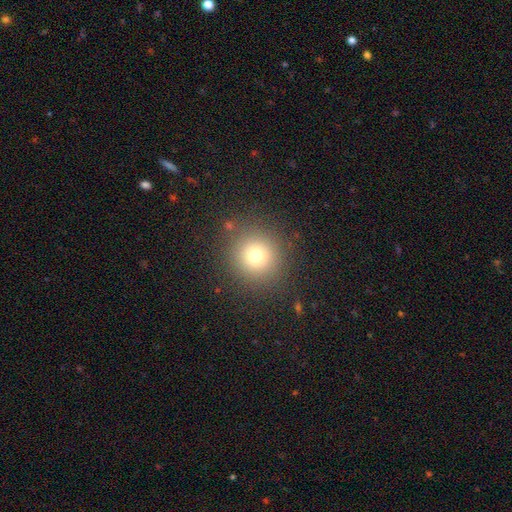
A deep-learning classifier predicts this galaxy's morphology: The model was most divided on "smooth or featured": smooth: 73%, star or artifact: 17%, featured or disk: 10%. More confident: how rounded — round (93%); merging — none (88%).